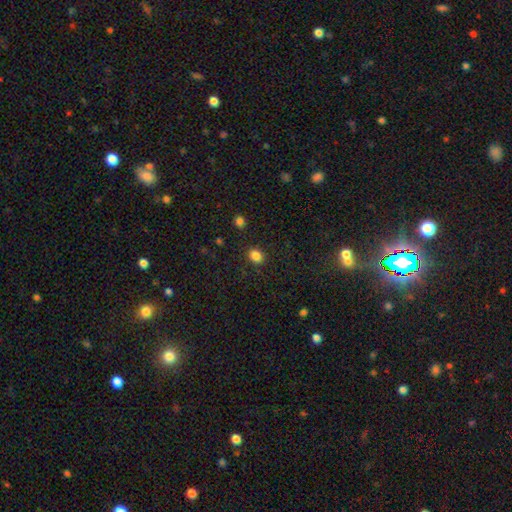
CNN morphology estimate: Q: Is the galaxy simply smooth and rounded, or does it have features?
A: smooth — 85%.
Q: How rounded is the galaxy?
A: in between — 55%.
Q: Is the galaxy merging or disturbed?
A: none — 87%.